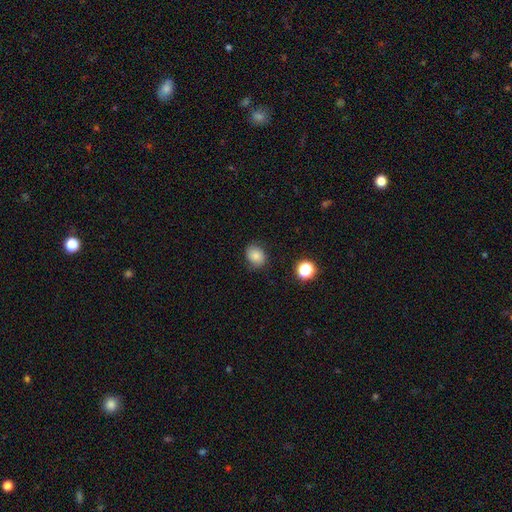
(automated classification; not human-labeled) smooth_or_featured: smooth (p=0.80) [alt: star or artifact p=0.11]
how_rounded: round (p=0.53) [alt: in between p=0.47]
merging: none (p=0.77) [alt: minor disturbance p=0.17]